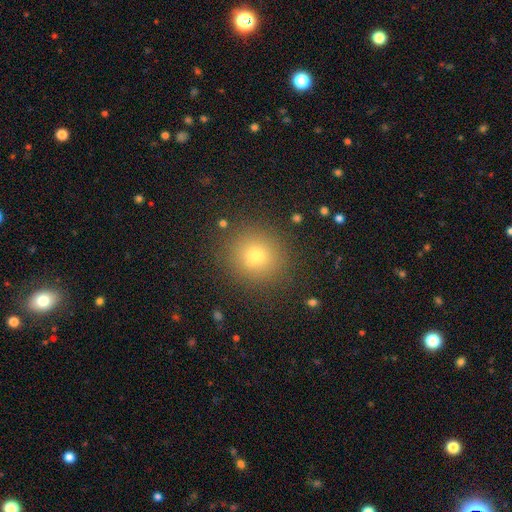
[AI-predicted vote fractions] Morphology: type=smooth (72%); roundness=round (89%); merging=none (81%).